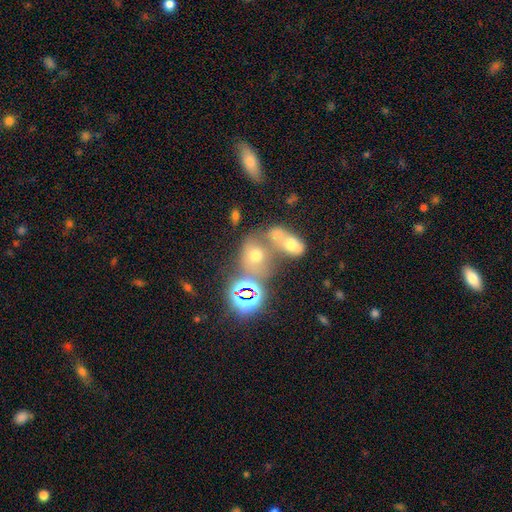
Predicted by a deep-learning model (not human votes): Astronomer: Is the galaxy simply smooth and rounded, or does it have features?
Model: smooth — 54%.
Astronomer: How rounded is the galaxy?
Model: in between — 53% (runner-up: round, 45%).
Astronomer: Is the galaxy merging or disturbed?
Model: merger — 47% (runner-up: none, 36%).